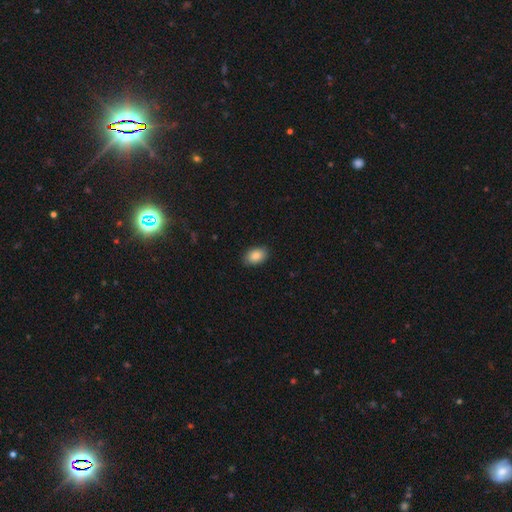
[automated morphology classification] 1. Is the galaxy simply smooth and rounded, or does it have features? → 88% smooth, 7% star or artifact, 5% featured or disk.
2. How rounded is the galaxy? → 87% in between, 11% round, 1% cigar-shaped.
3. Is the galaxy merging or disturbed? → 88% none, 9% minor disturbance, 2% major disturbance, 1% merger.